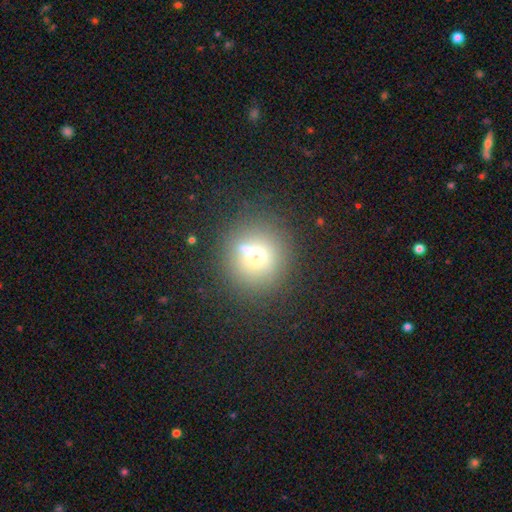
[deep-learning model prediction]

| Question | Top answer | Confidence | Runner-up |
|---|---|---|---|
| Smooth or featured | smooth | 60% | featured or disk (23%) |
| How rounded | round | 92% | in between (7%) |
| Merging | none | 69% | merger (14%) |